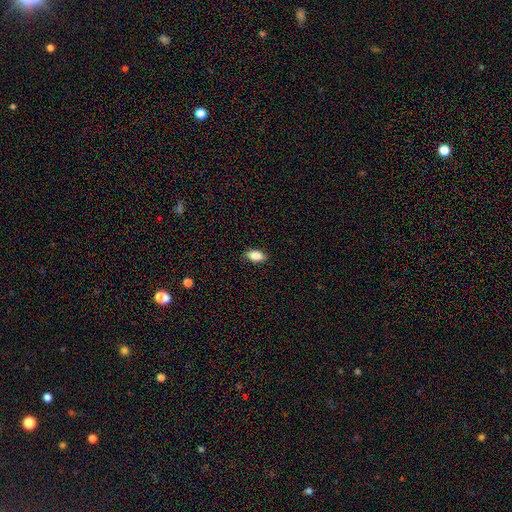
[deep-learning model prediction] Smooth or featured? smooth (83%)
How rounded? in between (89%)
Merging? none (85%)